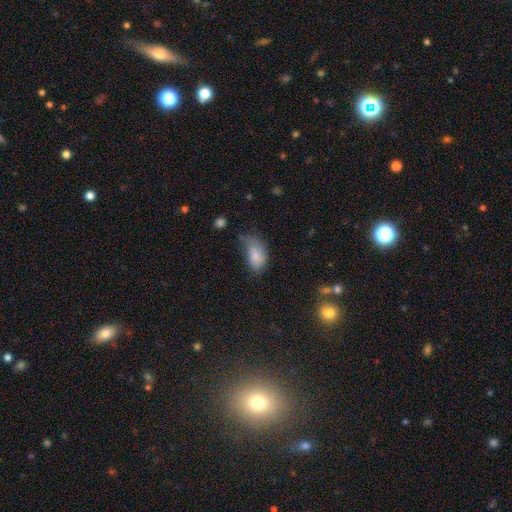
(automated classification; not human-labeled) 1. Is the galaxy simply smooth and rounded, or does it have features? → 76% smooth, 15% featured or disk, 8% star or artifact.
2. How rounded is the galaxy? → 92% in between, 6% round, 2% cigar-shaped.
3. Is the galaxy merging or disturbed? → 38% minor disturbance, 30% none, 27% major disturbance, 5% merger.